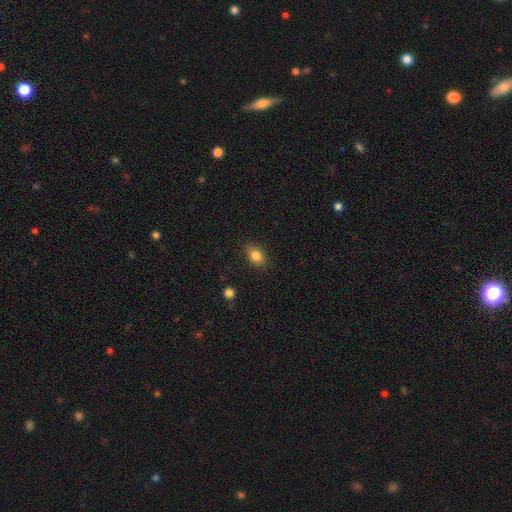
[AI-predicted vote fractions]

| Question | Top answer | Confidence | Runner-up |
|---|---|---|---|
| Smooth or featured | smooth | 84% | star or artifact (9%) |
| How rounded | in between | 80% | round (18%) |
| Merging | none | 85% | minor disturbance (11%) |